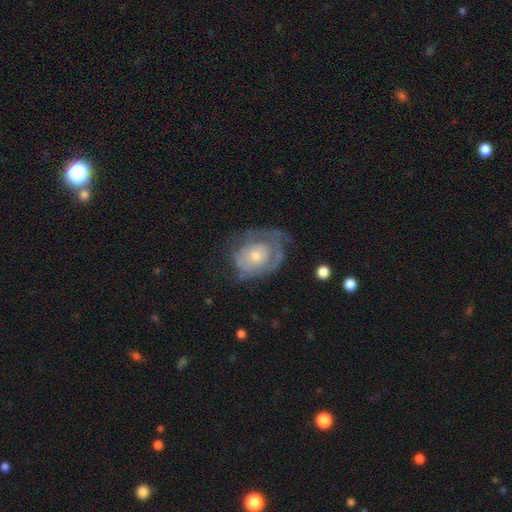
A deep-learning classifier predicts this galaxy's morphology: smooth-or-featured: featured or disk: 65% | smooth: 27% | star or artifact: 7%
  disk-edge-on: no: 96% | yes: 4%
    bar: no: 84% | weak: 14% | strong: 2%
    has-spiral-arms: yes: 61% | no: 39%
    bulge-size: small: 51% | moderate: 43% | large: 4% | none: 2% | dominant: 1%
  merging: none: 51% | minor disturbance: 25% | major disturbance: 22% | merger: 2%